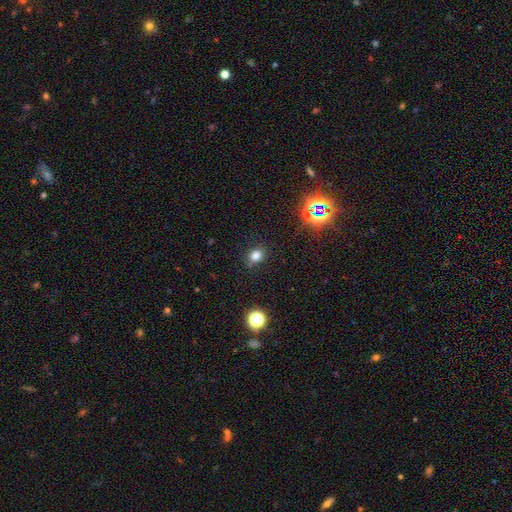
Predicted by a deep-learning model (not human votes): Morphology: type=smooth (77%); roundness=in between (52%); merging=none (82%).